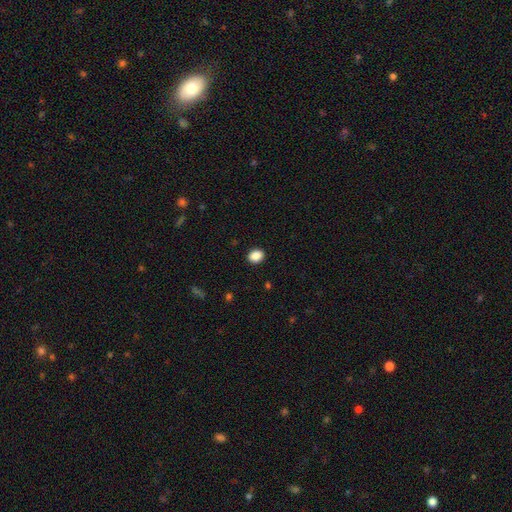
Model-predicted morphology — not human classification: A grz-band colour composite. It shows a smooth galaxy with no disk features (88%) that is round (51%). Merging: none (91%).